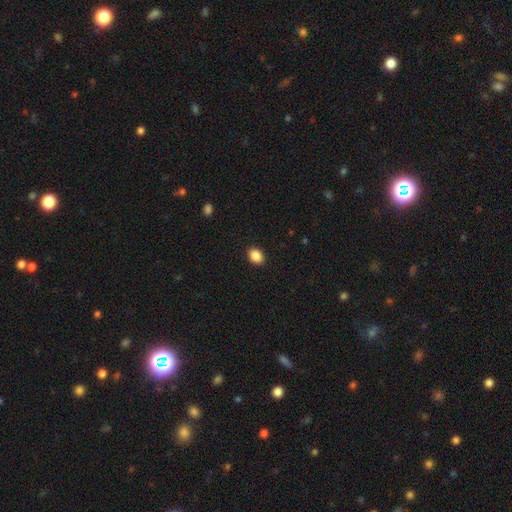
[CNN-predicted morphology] type=smooth (88%); roundness=in between (66%); merging=none (91%).